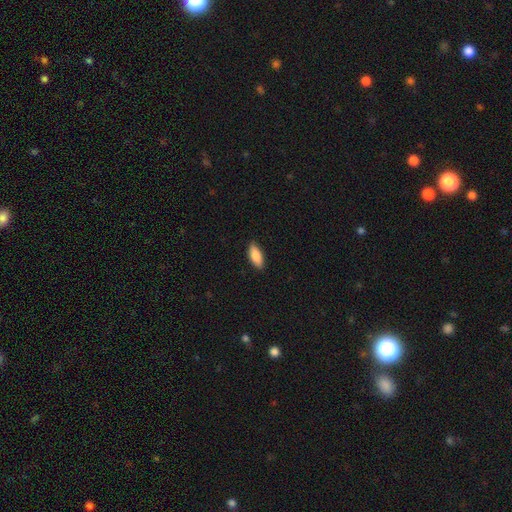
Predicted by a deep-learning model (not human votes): A smooth galaxy with no disk features (87%) that is in between round and cigar-shaped (82%). Merging: none (87%).